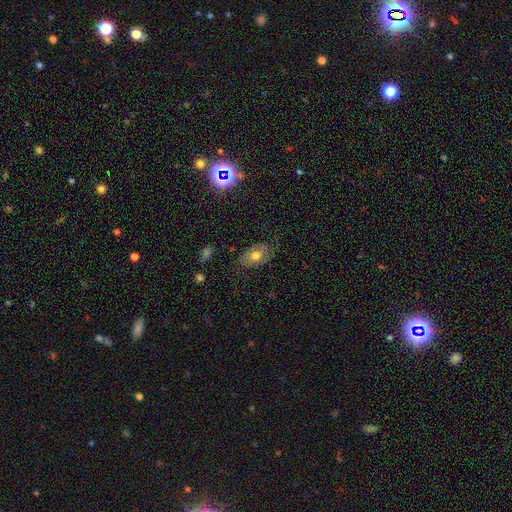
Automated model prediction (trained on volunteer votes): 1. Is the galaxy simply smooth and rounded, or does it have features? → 57% smooth, 33% featured or disk, 10% star or artifact.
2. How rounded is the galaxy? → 87% in between, 11% round, 2% cigar-shaped.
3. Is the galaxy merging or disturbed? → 69% none, 22% minor disturbance, 8% major disturbance, 1% merger.